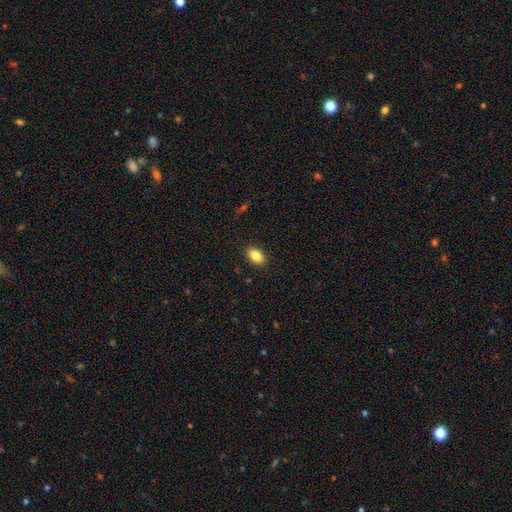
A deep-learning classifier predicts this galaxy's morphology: Smooth or featured? smooth (86%)
How rounded? in between (88%)
Merging? none (89%)